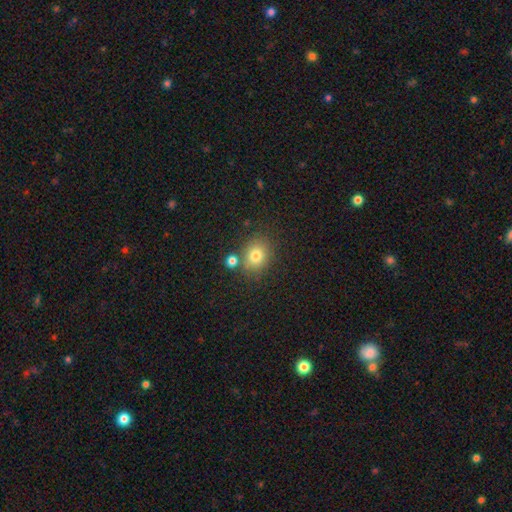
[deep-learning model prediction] Overall: smooth (78%). How rounded: round (59%; in between 40%). Merging: none (71%).